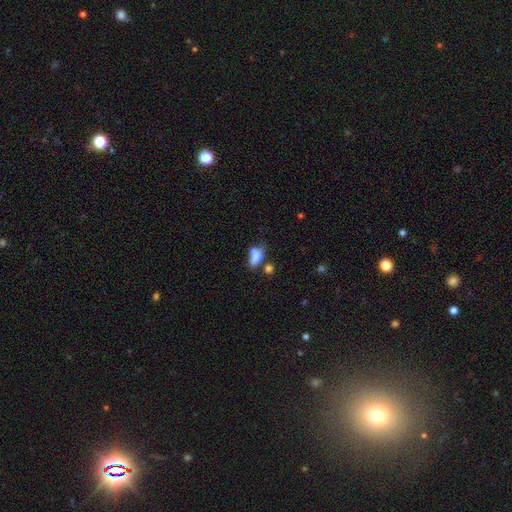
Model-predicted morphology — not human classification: smooth-or-featured: smooth: 75% | featured or disk: 14% | star or artifact: 11%
  how-rounded: in between: 85% | round: 9% | cigar-shaped: 6%
  merging: none: 30% | merger: 26% | minor disturbance: 25% | major disturbance: 20%